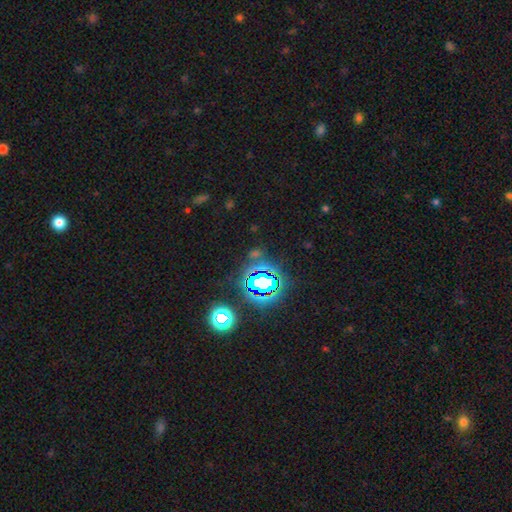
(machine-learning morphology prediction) A star or artifact, not a galaxy (74%).